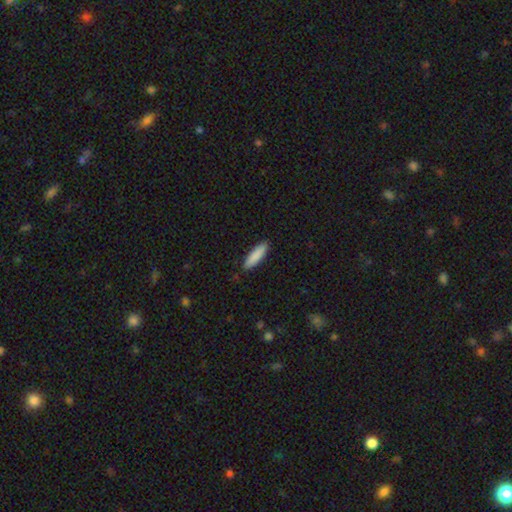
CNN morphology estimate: Smooth or featured?
  - smooth: 88% *
  - featured or disk: 7%
  - star or artifact: 6%
How rounded?
  - cigar-shaped: 67% *
  - in between: 32%
  - round: 1%
Merging?
  - none: 89% *
  - minor disturbance: 8%
  - major disturbance: 2%
  - merger: 1%